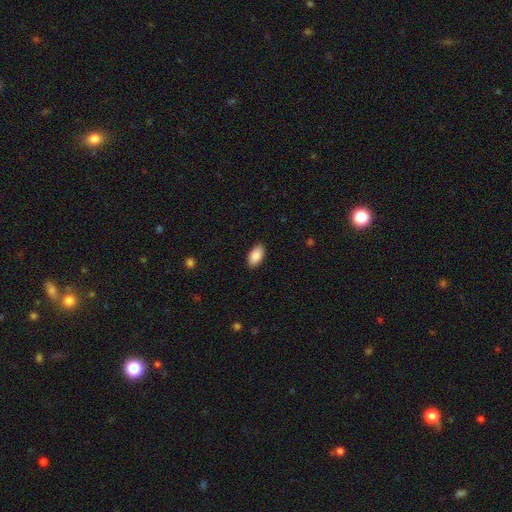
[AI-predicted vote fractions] smooth 89%, star or artifact 6%, featured or disk 4%. Down the decision tree: how rounded — in between (95%); merging — none (89%).